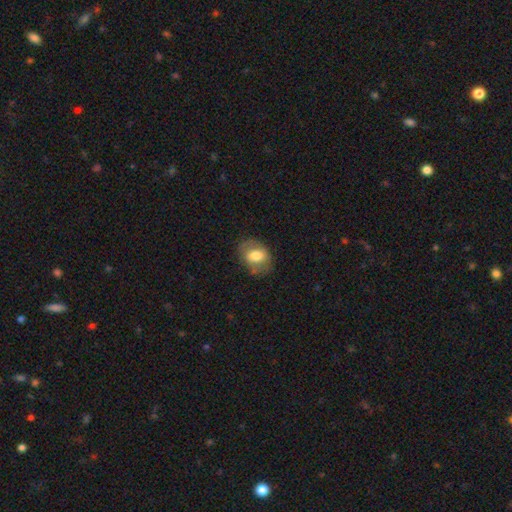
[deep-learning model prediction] Overall: smooth (65%; featured or disk 27%). How rounded: in between (72%). Merging: none (73%).